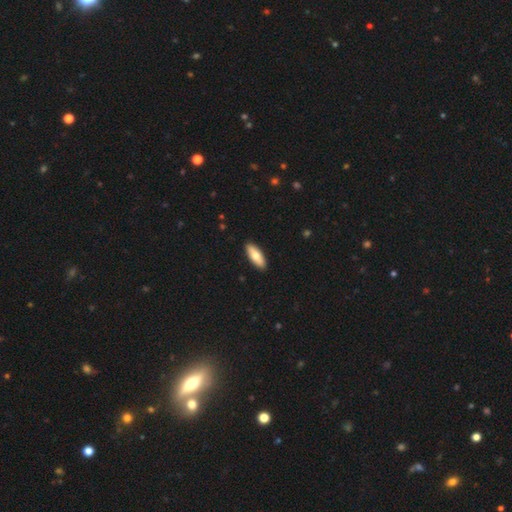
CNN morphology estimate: The model was most divided on "how rounded": in between: 66%, cigar-shaped: 32%, round: 2%. More confident: merging — none (91%); smooth or featured — smooth (74%).